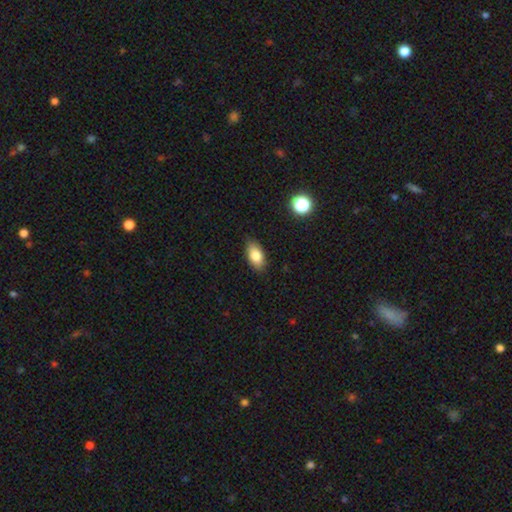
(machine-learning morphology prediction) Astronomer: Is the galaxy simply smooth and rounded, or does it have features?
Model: smooth — 81%.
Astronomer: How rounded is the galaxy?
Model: in between — 90%.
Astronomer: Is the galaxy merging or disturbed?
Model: none — 87%.